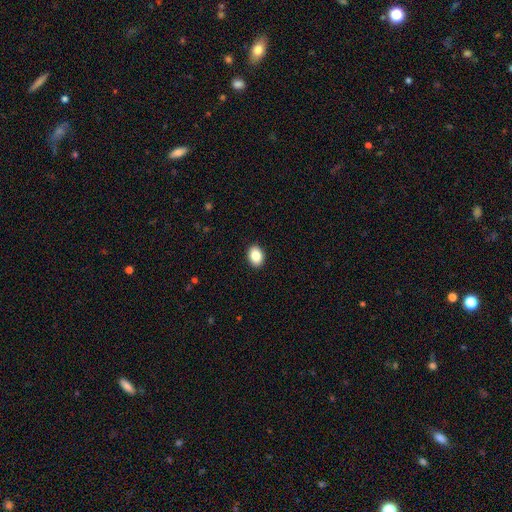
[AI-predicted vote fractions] This appears to be a smooth galaxy with no disk features (87%) that is in between round and cigar-shaped (74%). Merging: none (91%).